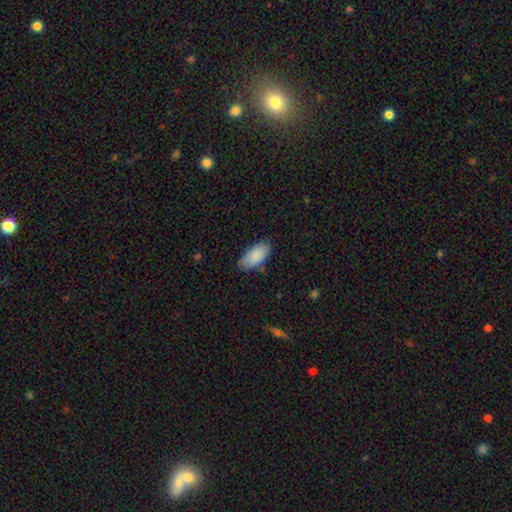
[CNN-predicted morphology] type=smooth (86%); roundness=in between (93%); merging=none (76%).